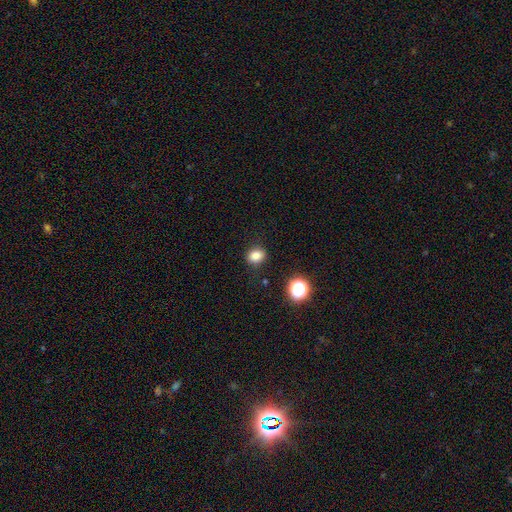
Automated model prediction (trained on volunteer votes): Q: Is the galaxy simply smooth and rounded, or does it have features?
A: smooth — 82%.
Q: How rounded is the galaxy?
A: round — 55%.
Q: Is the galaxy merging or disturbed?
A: none — 86%.